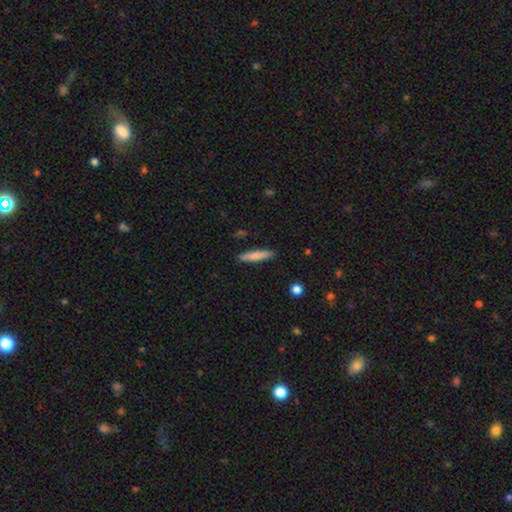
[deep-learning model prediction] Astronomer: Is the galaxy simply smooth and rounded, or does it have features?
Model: smooth — 76%.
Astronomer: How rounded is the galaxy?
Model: cigar-shaped — 89%.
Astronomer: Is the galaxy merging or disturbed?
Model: none — 89%.